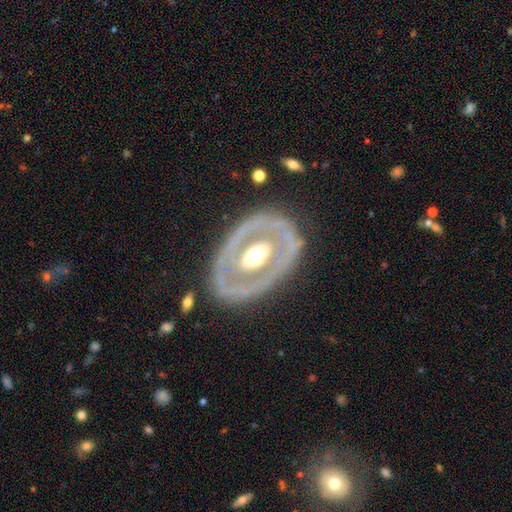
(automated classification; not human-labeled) Morphology: type=featured or disk (74%); edge-on=no (93%); bar=no (72%); spiral arms=no (72%); bulge=moderate (68%); merging=none (76%).